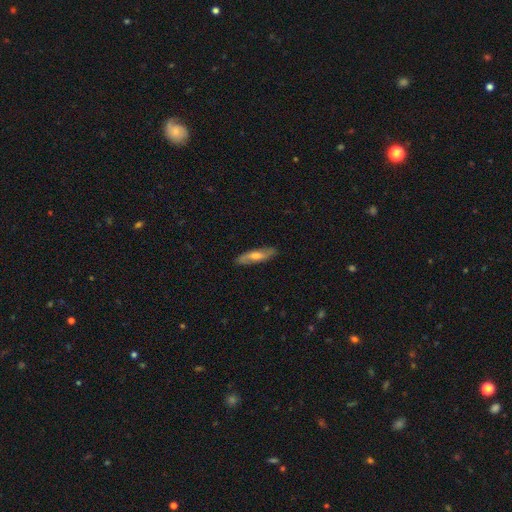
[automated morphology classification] A featured or disk galaxy (51%). Merging: none (86%).